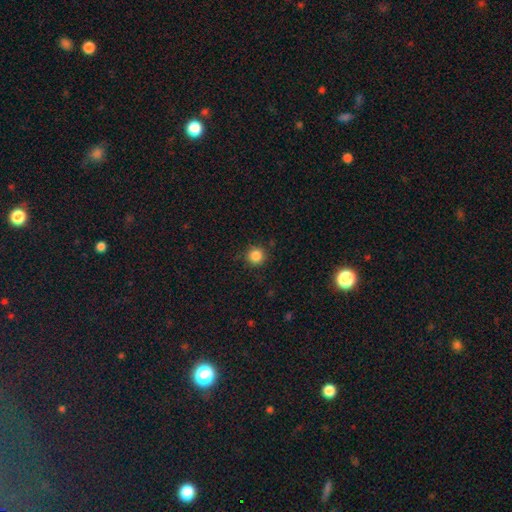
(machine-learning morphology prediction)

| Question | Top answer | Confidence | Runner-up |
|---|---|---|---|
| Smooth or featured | smooth | 85% | star or artifact (11%) |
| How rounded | round | 94% | in between (5%) |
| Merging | none | 88% | minor disturbance (8%) |